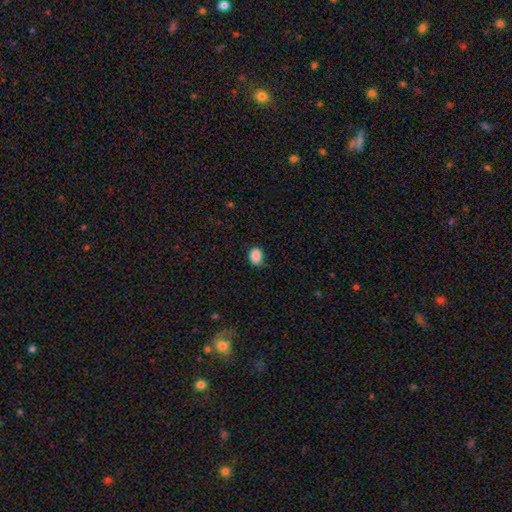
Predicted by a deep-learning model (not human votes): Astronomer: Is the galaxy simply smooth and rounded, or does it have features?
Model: smooth — 88%.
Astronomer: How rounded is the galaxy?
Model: in between — 63%.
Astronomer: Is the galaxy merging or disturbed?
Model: none — 75%.